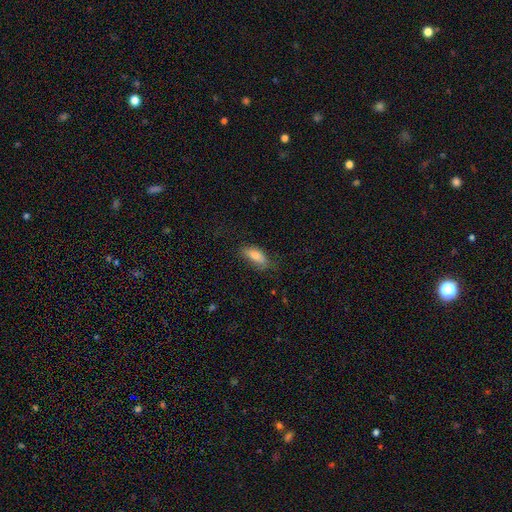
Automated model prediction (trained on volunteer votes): smooth-or-featured: smooth: 82% | featured or disk: 11% | star or artifact: 7%
  how-rounded: in between: 76% | cigar-shaped: 22% | round: 2%
  merging: none: 63% | minor disturbance: 26% | major disturbance: 10% | merger: 2%